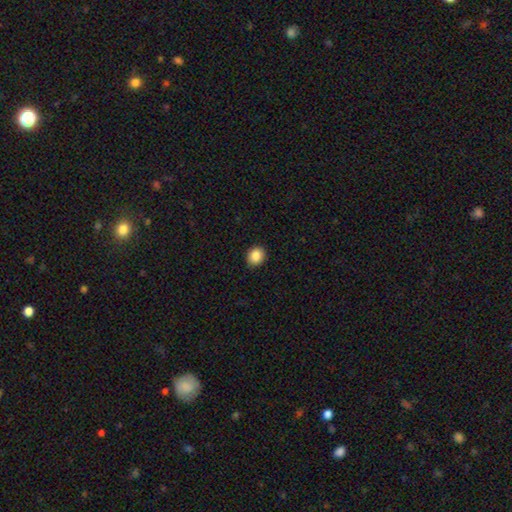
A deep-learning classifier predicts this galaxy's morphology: Smooth or featured? smooth (87%)
How rounded? round (67%)
Merging? none (88%)